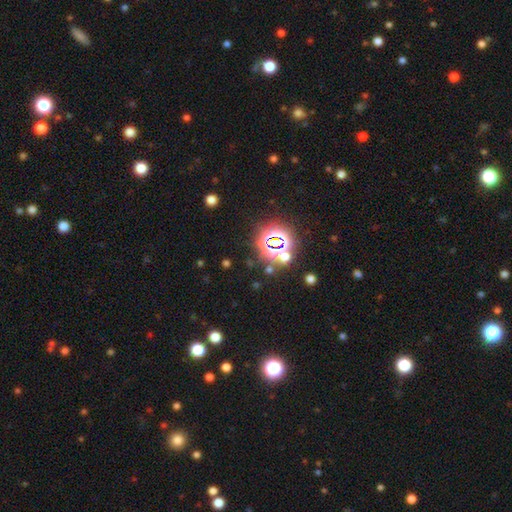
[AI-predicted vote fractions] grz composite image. It shows a star or artifact, not a galaxy (80%).